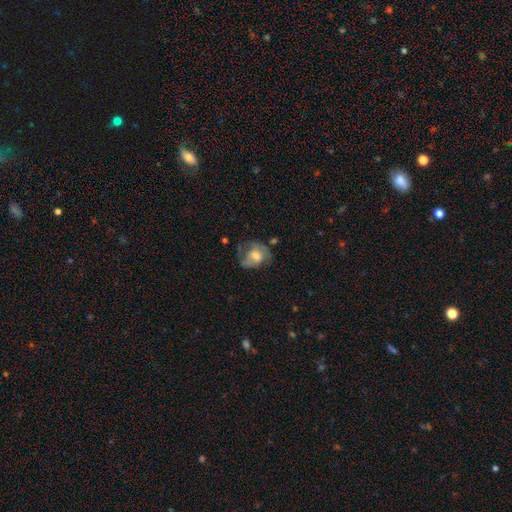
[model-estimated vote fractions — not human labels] Smooth or featured: featured or disk — 52% (smooth — 40%)
Edge-on disk: no — 97% (yes — 3%)
Bar: no — 63% (weak — 30%)
Spiral arms: yes — 61% (no — 39%)
Bulge size: moderate — 56% (small — 20%)
Merging: none — 41% (major disturbance — 28%)